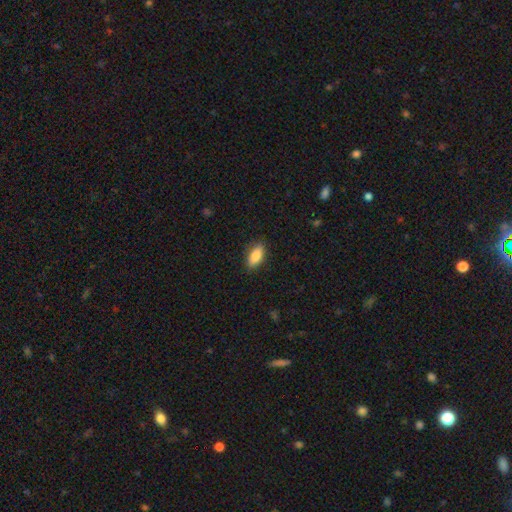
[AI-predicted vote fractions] smooth 85%, featured or disk 8%, star or artifact 7%. Down the decision tree: how rounded — in between (85%); merging — none (86%).